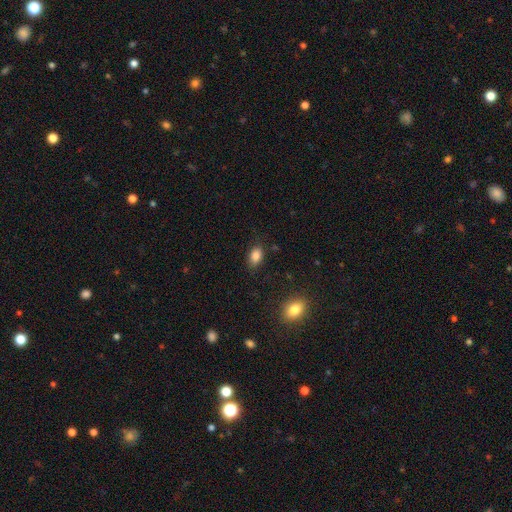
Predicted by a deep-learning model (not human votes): Q: Smooth or featured?
A: smooth (85%); runner-up: star or artifact (10%)
Q: How rounded?
A: in between (86%); runner-up: round (12%)
Q: Merging?
A: none (83%); runner-up: minor disturbance (13%)